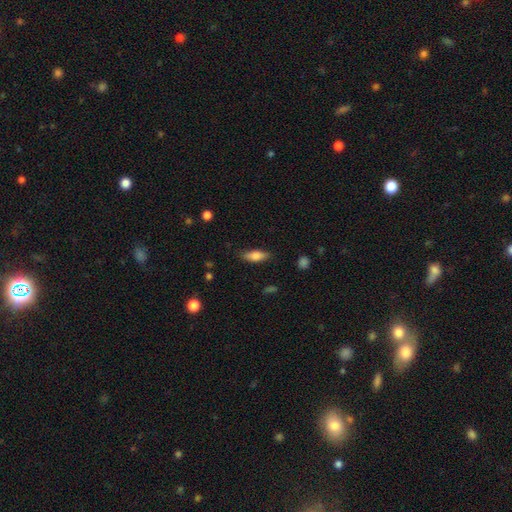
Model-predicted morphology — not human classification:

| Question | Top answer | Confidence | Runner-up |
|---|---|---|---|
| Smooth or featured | smooth | 77% | featured or disk (16%) |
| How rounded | in between | 69% | cigar-shaped (29%) |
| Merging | none | 83% | minor disturbance (13%) |